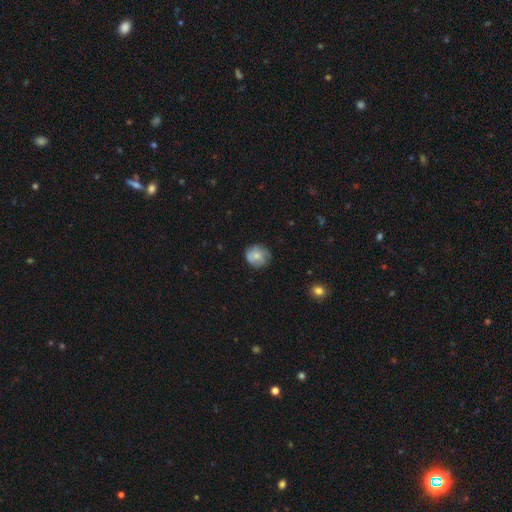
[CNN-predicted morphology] Smooth or featured: smooth — 53% (featured or disk — 38%)
How rounded: round — 85% (in between — 14%)
Merging: none — 71% (minor disturbance — 22%)